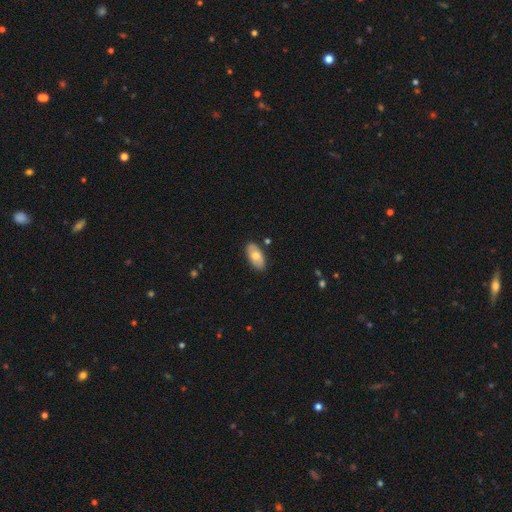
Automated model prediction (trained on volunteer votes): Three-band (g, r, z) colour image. It shows a smooth galaxy with no disk features (65%) that is in between round and cigar-shaped (92%). Merging: none (86%).